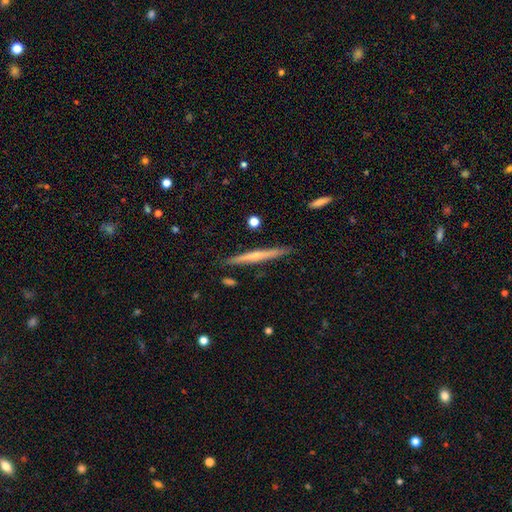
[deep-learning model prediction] Smooth or featured?
  - featured or disk: 59% *
  - smooth: 35%
  - star or artifact: 6%
Edge-on disk?
  - yes: 97% *
  - no: 3%
Edge-on bulge?
  - rounded: 51% *
  - none: 45%
  - boxy: 5%
Merging?
  - none: 90% *
  - minor disturbance: 7%
  - merger: 2%
  - major disturbance: 1%